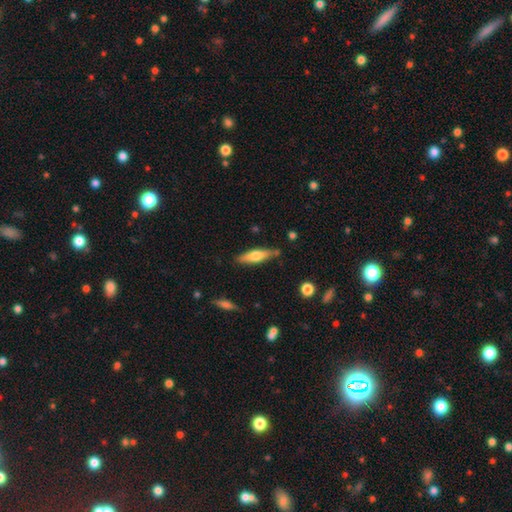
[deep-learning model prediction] The model was most divided on "smooth or featured": smooth: 54%, featured or disk: 40%, star or artifact: 6%. More confident: merging — none (80%); how rounded — cigar-shaped (67%).